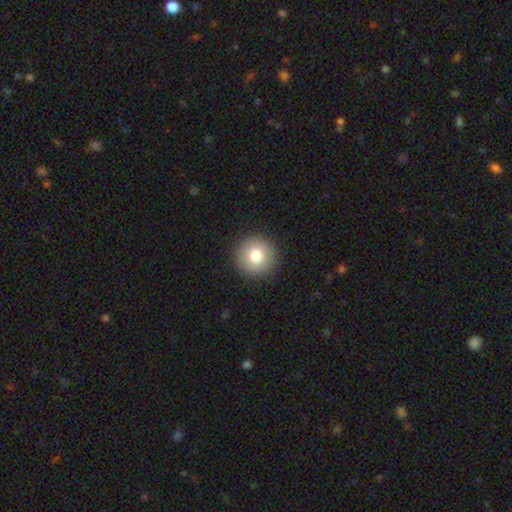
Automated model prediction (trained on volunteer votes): Q: Smooth or featured?
A: smooth (80%); runner-up: featured or disk (10%)
Q: How rounded?
A: round (96%); runner-up: in between (3%)
Q: Merging?
A: none (93%); runner-up: minor disturbance (5%)